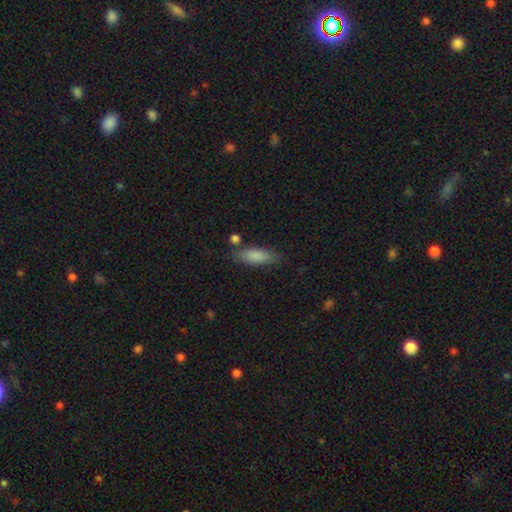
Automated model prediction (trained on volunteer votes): Morphology: type=smooth (84%); roundness=in between (62%); merging=none (76%).